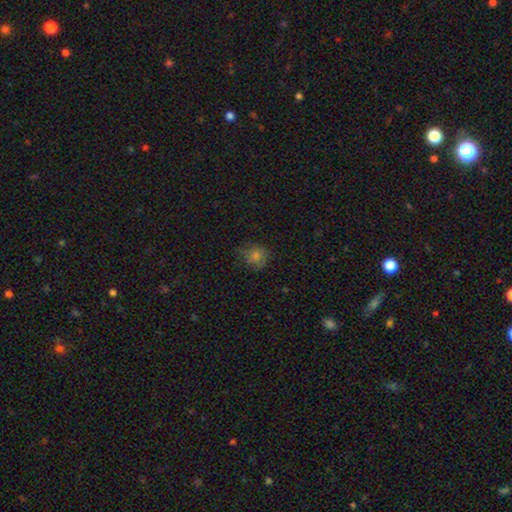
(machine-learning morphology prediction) type=smooth (72%); roundness=round (80%); merging=none (69%).